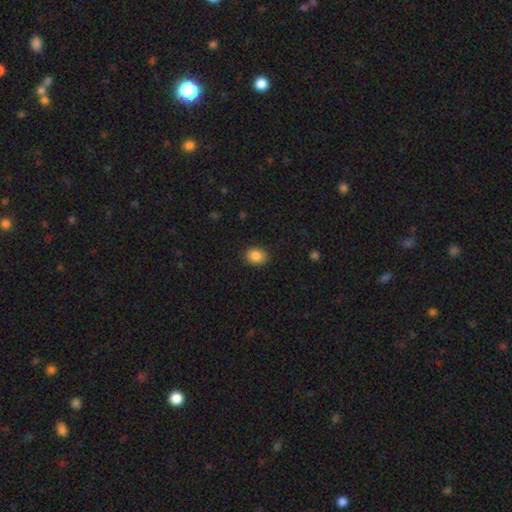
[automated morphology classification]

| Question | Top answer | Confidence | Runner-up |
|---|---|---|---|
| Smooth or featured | smooth | 87% | star or artifact (9%) |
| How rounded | in between | 54% | round (45%) |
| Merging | none | 88% | minor disturbance (8%) |